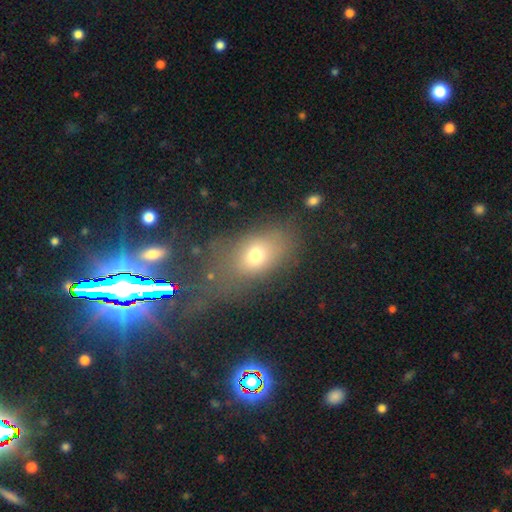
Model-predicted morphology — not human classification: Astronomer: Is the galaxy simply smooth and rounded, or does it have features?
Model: smooth — 70%.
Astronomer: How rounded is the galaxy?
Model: in between — 76%.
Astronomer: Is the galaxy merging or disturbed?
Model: none — 47%.